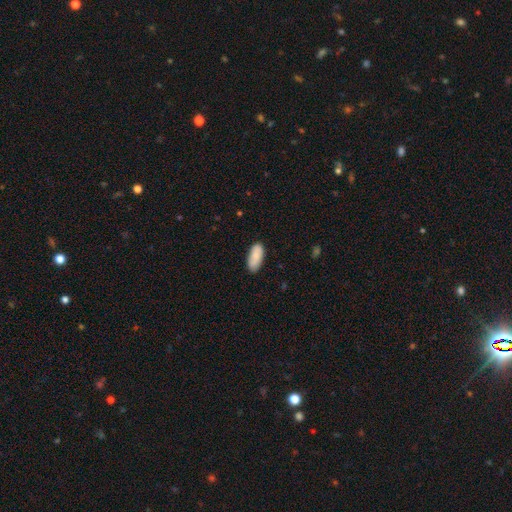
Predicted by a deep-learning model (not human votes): Smooth or featured? smooth (84%)
How rounded? in between (88%)
Merging? none (83%)